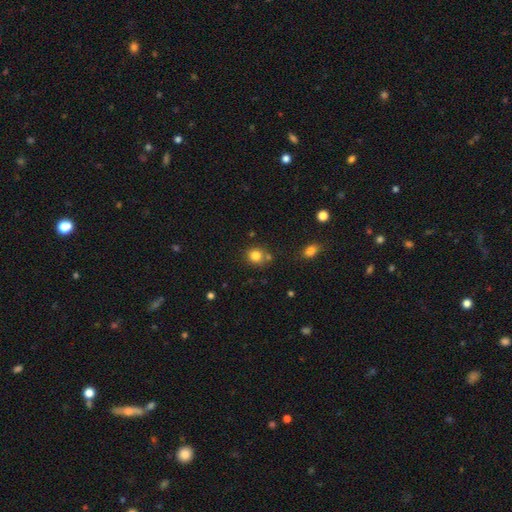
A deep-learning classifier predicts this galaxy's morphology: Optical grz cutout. It shows a smooth galaxy with no disk features (82%) that is round (83%). Merging: none (71%).